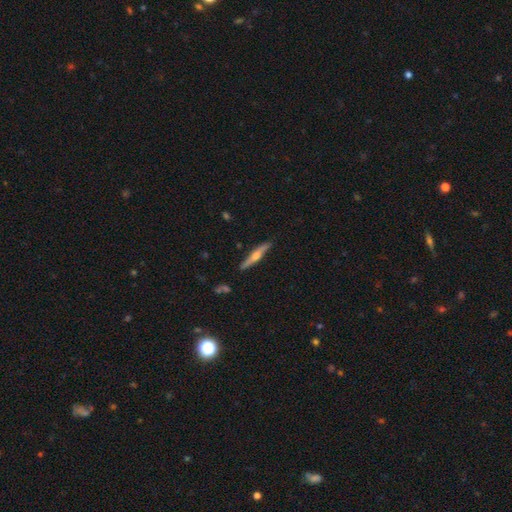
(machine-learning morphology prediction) Smooth or featured: featured or disk — 57% (smooth — 37%)
Edge-on disk: yes — 95% (no — 5%)
Edge-on bulge: rounded — 83% (boxy — 9%)
Merging: none — 85% (minor disturbance — 11%)